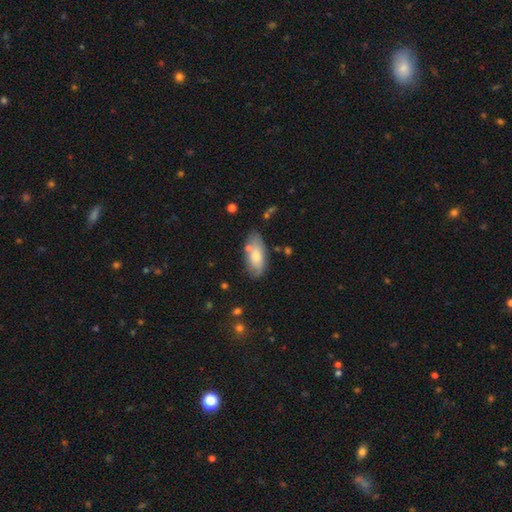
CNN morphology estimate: type=smooth (71%); roundness=in between (88%); merging=none (69%).